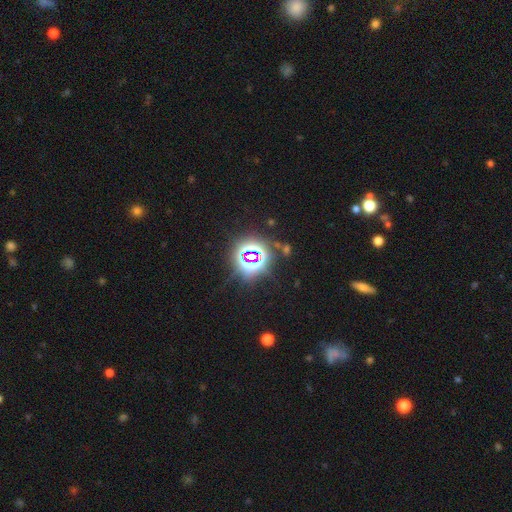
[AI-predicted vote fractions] star or artifact 78%, smooth 13%, featured or disk 9%.